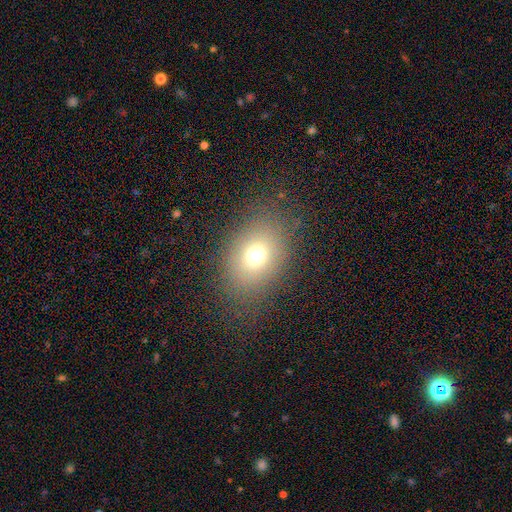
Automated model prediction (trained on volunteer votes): A smooth galaxy with no disk features (70%) that is in between round and cigar-shaped (63%).

Vote fractions:
- Smooth or featured? smooth: 70% / star or artifact: 16% / featured or disk: 14%
- How rounded? in between: 63% / round: 36% / cigar-shaped: 1%
- Merging? none: 81% / minor disturbance: 11% / major disturbance: 7% / merger: 1%